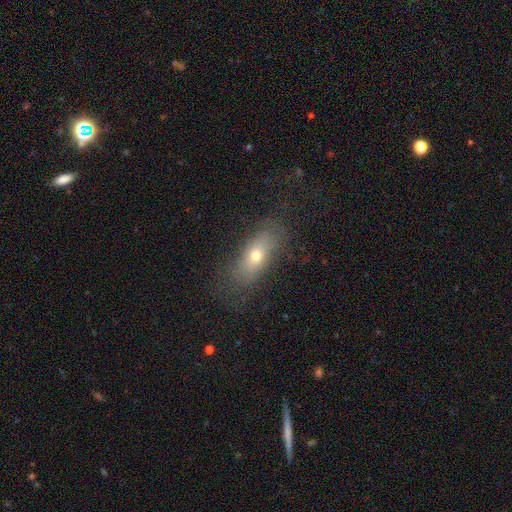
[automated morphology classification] A smooth galaxy with no disk features (57%) that is in between round and cigar-shaped (67%). Merging: none (71%).